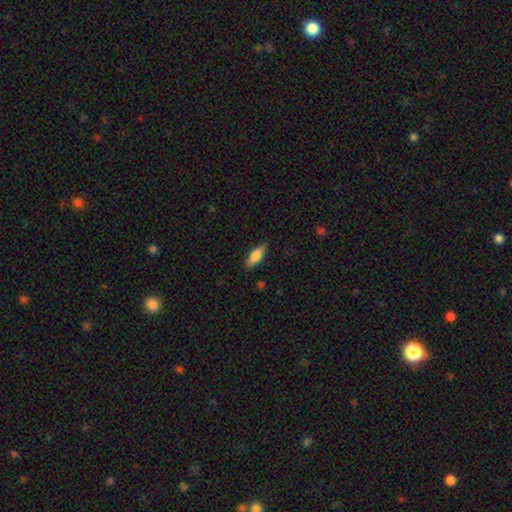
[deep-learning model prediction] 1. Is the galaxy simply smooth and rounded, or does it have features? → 77% smooth, 17% featured or disk, 6% star or artifact.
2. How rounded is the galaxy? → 67% in between, 31% cigar-shaped, 2% round.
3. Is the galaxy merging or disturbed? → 85% none, 11% minor disturbance, 2% major disturbance, 1% merger.